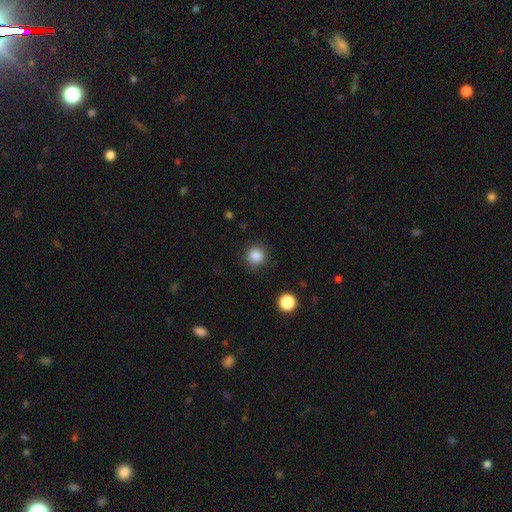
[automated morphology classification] This appears to be a smooth galaxy with no disk features (86%) that is round (89%). Merging: none (88%).